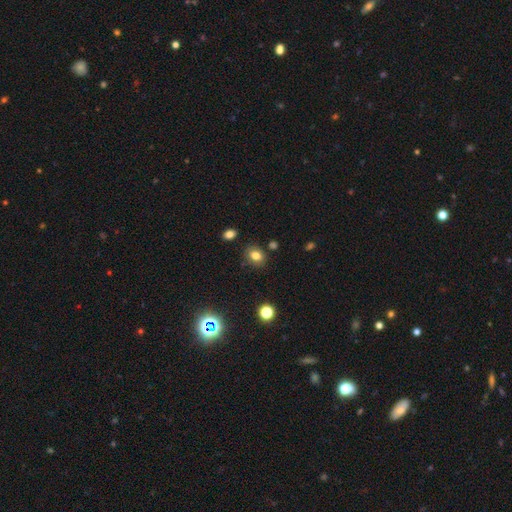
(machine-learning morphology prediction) Smooth or featured? Predicted: smooth (p=0.78). How rounded? Predicted: in between (p=0.57). Merging? Predicted: none (p=0.81).